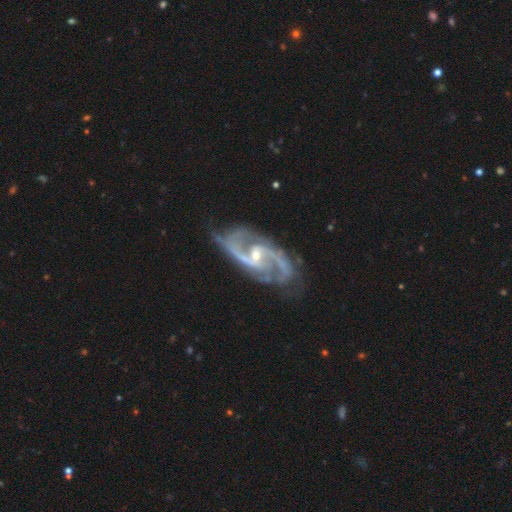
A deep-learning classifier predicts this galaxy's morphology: Smooth or featured? Predicted: featured or disk (p=0.92). Edge-on disk? Predicted: no (p=0.97). Bar? Predicted: weak (p=0.47). Spiral arms? Predicted: yes (p=0.98). Spiral winding? Predicted: medium (p=0.57). Spiral arm count? Predicted: 2 (p=0.82). Bulge size? Predicted: small (p=0.56). Merging? Predicted: none (p=0.70).